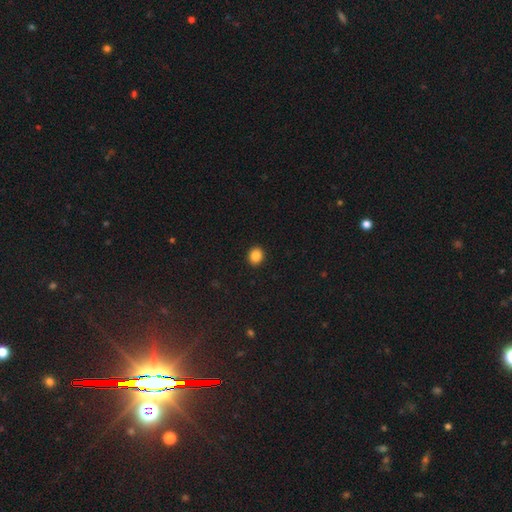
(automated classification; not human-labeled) A smooth galaxy with no disk features (86%) that is round (77%).

Vote fractions:
- Smooth or featured? smooth: 86% / star or artifact: 11% / featured or disk: 4%
- How rounded? round: 77% / in between: 22% / cigar-shaped: 1%
- Merging? none: 93% / minor disturbance: 5% / major disturbance: 1% / merger: 1%